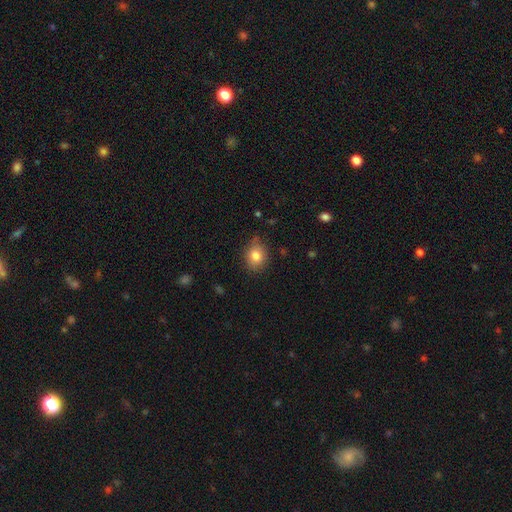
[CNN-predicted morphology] This is clearly a smooth galaxy (81%). How rounded: possibly round (55%). Merging: likely none (79%).